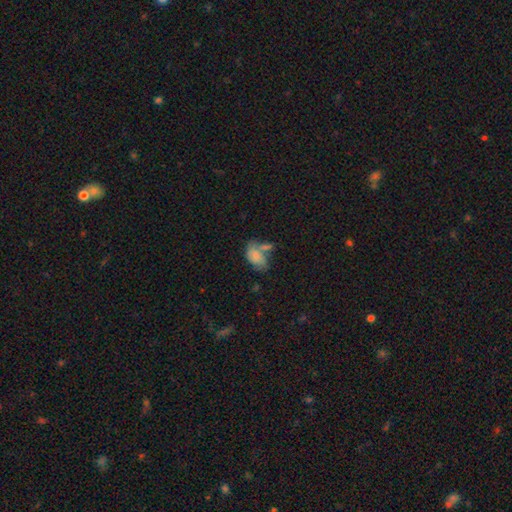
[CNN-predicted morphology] smooth 70%, featured or disk 21%, star or artifact 9%. Down the decision tree: how rounded — in between (89%); merging — merger (34%).